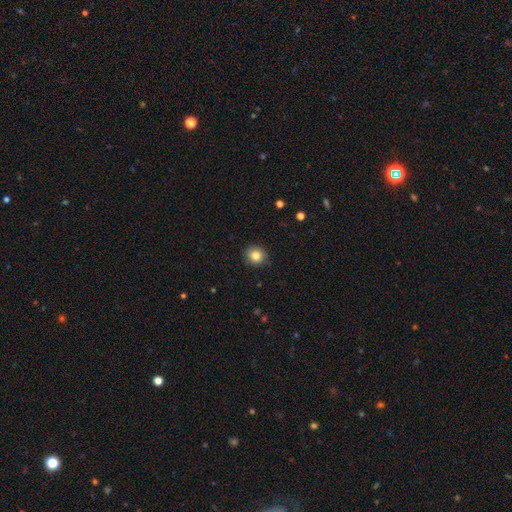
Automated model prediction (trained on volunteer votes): smooth 83%, star or artifact 10%, featured or disk 7%. Down the decision tree: how rounded — round (84%); merging — none (88%).